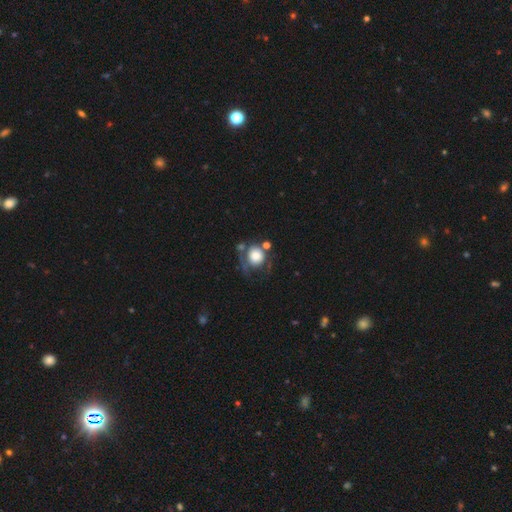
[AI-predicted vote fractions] A smooth galaxy with no disk features (68%) that is round (82%).

Vote fractions:
- Smooth or featured? smooth: 68% / featured or disk: 23% / star or artifact: 9%
- How rounded? round: 82% / in between: 17% / cigar-shaped: 1%
- Merging? none: 42% / major disturbance: 23% / minor disturbance: 22% / merger: 14%